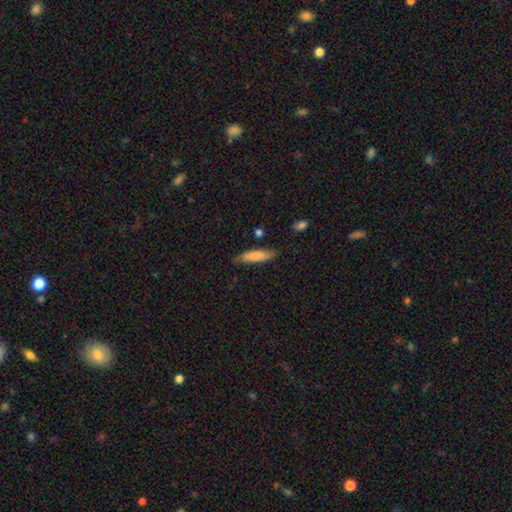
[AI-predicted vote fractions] A smooth galaxy with no disk features (81%) that is cigar-shaped (65%). Merging: none (76%).